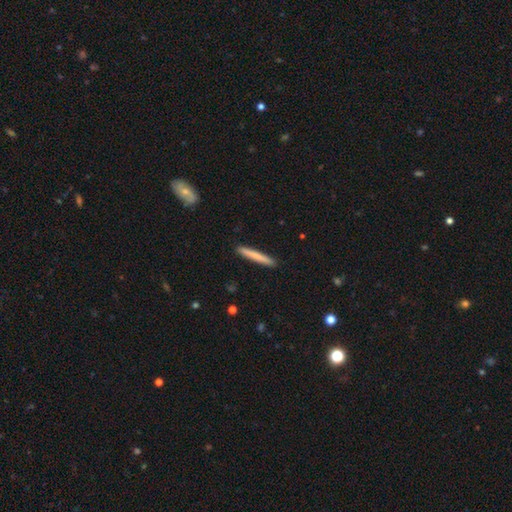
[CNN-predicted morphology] Smooth or featured? Predicted: smooth (p=0.75). How rounded? Predicted: cigar-shaped (p=0.96). Merging? Predicted: none (p=0.92).